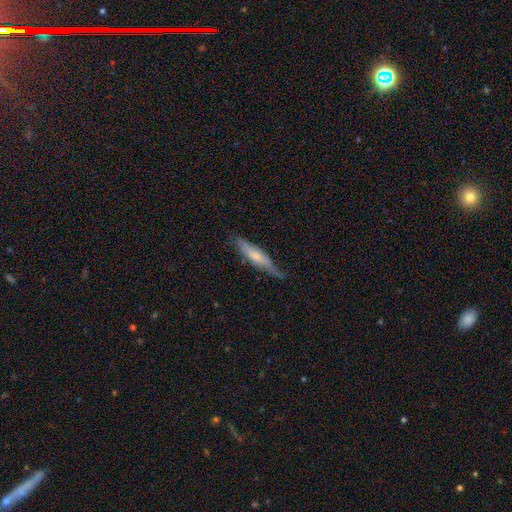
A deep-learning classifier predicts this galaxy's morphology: The model was most divided on "smooth or featured" (2-way tie): smooth: 47%, featured or disk: 47%, star or artifact: 6%. More confident: merging — none (66%).